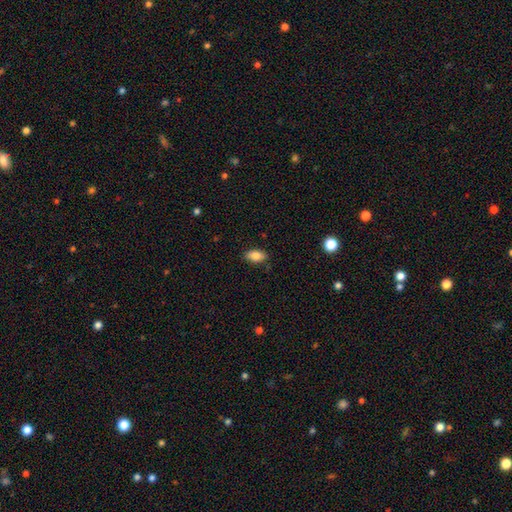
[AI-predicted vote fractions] A smooth galaxy with no disk features (84%) that is in between round and cigar-shaped (91%).

Vote fractions:
- Smooth or featured? smooth: 84% / star or artifact: 8% / featured or disk: 8%
- How rounded? in between: 91% / cigar-shaped: 5% / round: 5%
- Merging? none: 85% / minor disturbance: 11% / major disturbance: 2% / merger: 1%